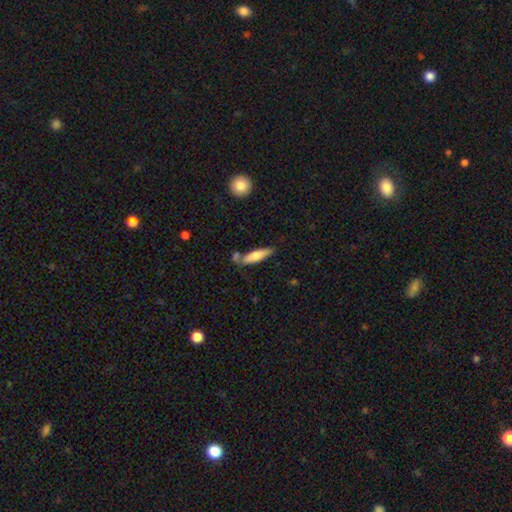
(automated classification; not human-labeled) smooth_or_featured: smooth (p=0.69) [alt: featured or disk p=0.25]
how_rounded: cigar-shaped (p=0.73) [alt: in between p=0.25]
merging: none (p=0.64) [alt: minor disturbance p=0.17]